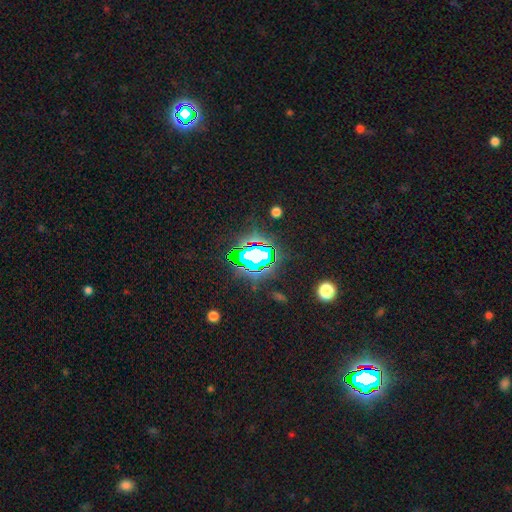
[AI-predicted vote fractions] The model was most divided on "smooth or featured": star or artifact: 71%, smooth: 15%, featured or disk: 13%.